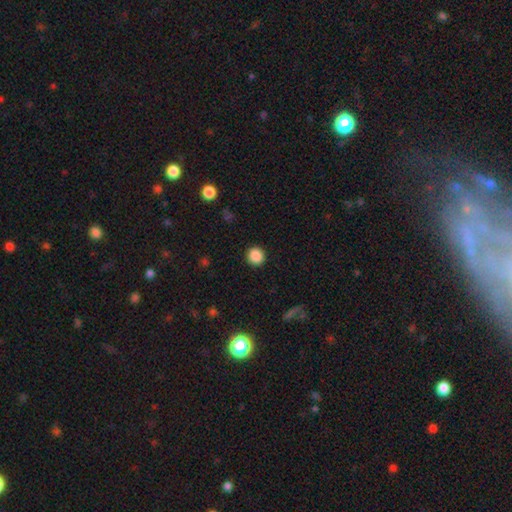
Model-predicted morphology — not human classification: Smooth or featured? smooth (88%)
How rounded? round (92%)
Merging? none (92%)